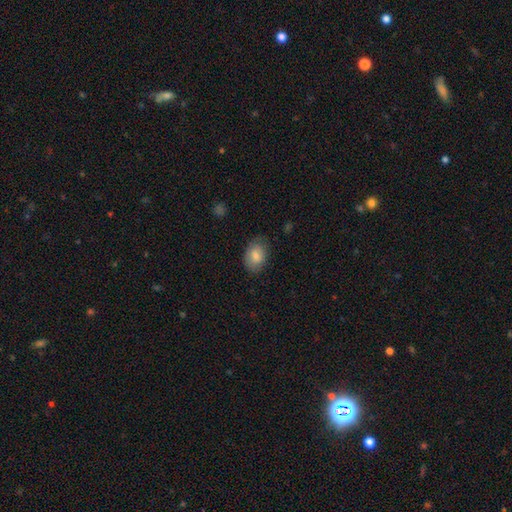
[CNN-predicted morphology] smooth-or-featured: smooth: 82% | featured or disk: 11% | star or artifact: 7%
  how-rounded: in between: 83% | round: 16% | cigar-shaped: 1%
  merging: none: 75% | minor disturbance: 19% | major disturbance: 4% | merger: 1%